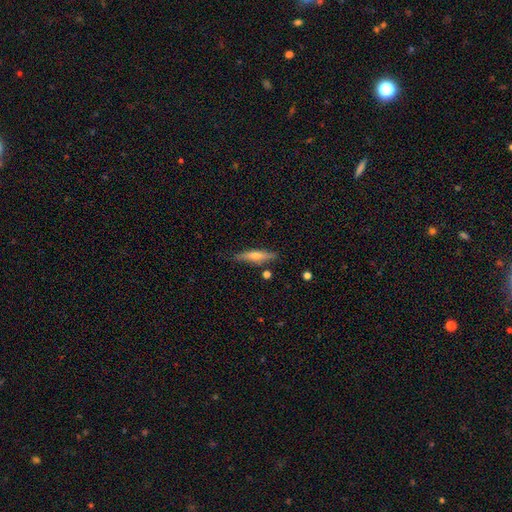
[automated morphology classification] A featured or disk galaxy (51%) viewed edge-on (92%).

Vote fractions:
- Smooth or featured? featured or disk: 51% / smooth: 43% / star or artifact: 6%
- Edge-on disk? yes: 92% / no: 8%
- Merging? none: 81% / minor disturbance: 13% / merger: 4% / major disturbance: 3%